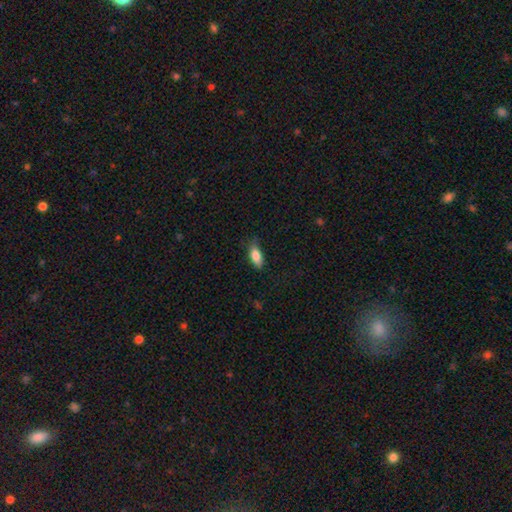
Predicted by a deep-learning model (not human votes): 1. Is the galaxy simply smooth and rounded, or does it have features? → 84% smooth, 9% featured or disk, 7% star or artifact.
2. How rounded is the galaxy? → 84% in between, 13% cigar-shaped, 3% round.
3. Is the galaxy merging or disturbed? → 70% none, 24% minor disturbance, 5% major disturbance, 1% merger.